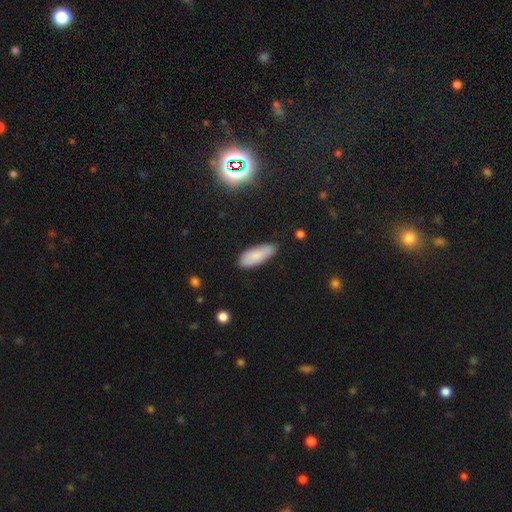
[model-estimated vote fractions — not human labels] smooth-or-featured: smooth: 85% | featured or disk: 9% | star or artifact: 7%
  how-rounded: in between: 74% | cigar-shaped: 24% | round: 2%
  merging: none: 81% | minor disturbance: 15% | major disturbance: 3% | merger: 2%